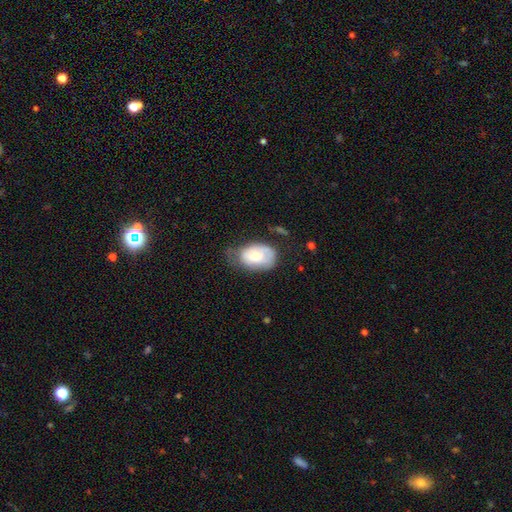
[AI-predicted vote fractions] Smooth or featured: smooth — 67% (featured or disk — 27%)
How rounded: in between — 84% (round — 15%)
Merging: none — 42% (minor disturbance — 38%)